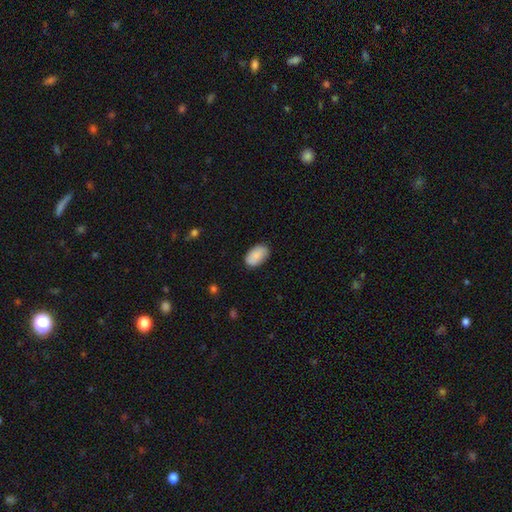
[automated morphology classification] smooth 87%, featured or disk 6%, star or artifact 6%. Down the decision tree: how rounded — in between (94%); merging — none (84%).